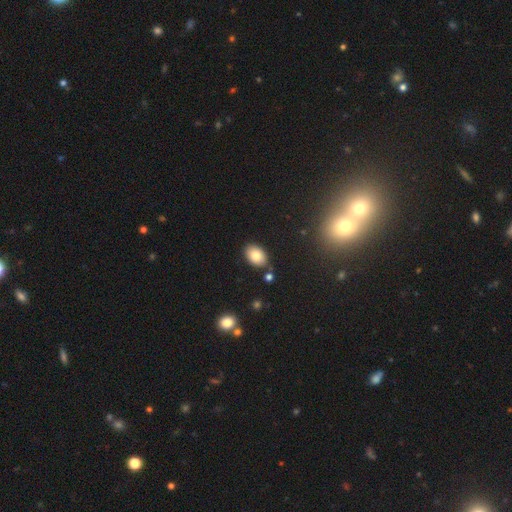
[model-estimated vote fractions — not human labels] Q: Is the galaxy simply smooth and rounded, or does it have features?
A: smooth — 81%.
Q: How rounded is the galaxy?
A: in between — 84%.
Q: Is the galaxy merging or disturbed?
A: none — 82%.